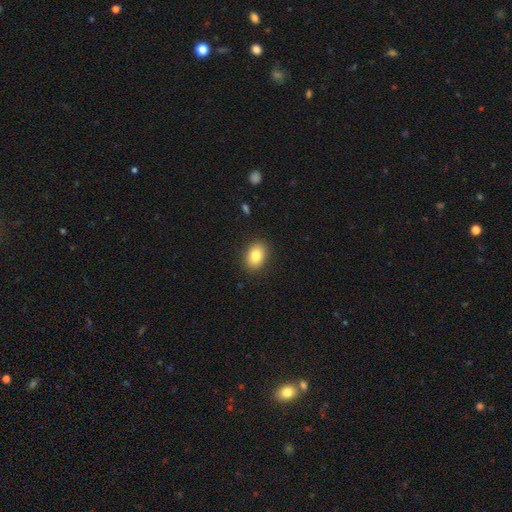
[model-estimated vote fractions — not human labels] A smooth galaxy with no disk features (83%) that is in between round and cigar-shaped (75%). Merging: none (89%).